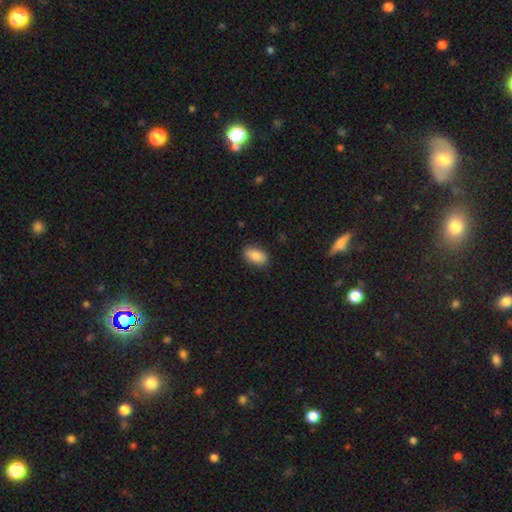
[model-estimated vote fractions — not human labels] smooth-or-featured: smooth: 86% | star or artifact: 7% | featured or disk: 7%
  how-rounded: in between: 91% | round: 6% | cigar-shaped: 3%
  merging: none: 86% | minor disturbance: 10% | major disturbance: 2% | merger: 1%